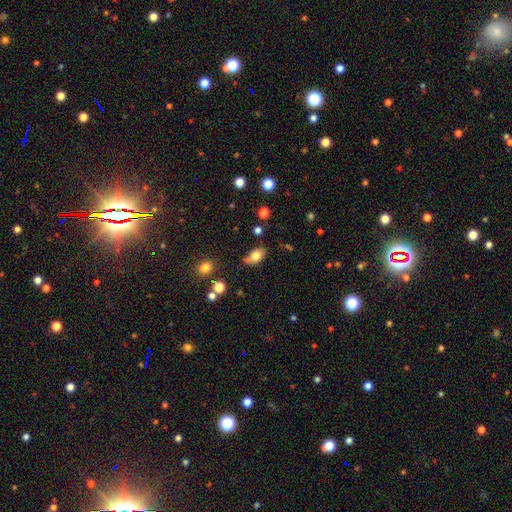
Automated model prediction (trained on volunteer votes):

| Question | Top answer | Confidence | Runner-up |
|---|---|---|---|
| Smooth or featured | smooth | 77% | featured or disk (13%) |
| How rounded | in between | 87% | round (9%) |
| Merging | none | 65% | minor disturbance (23%) |